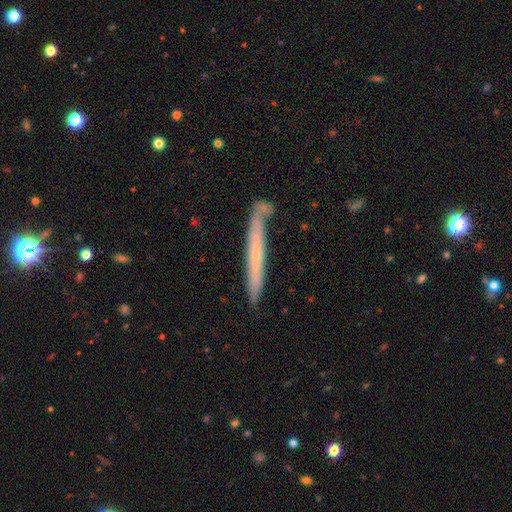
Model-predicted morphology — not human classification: This appears to be a smooth galaxy with no disk features (49%). Merging: none (75%).